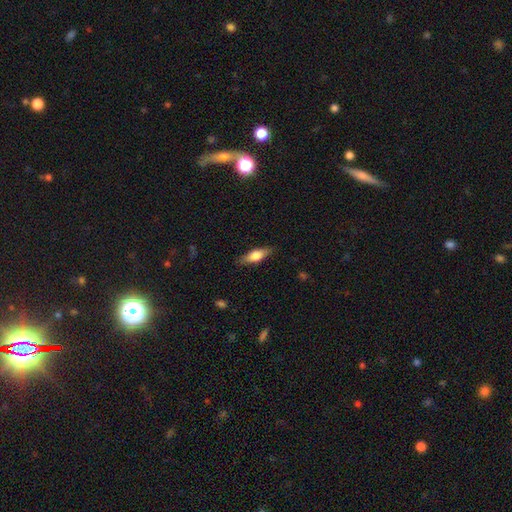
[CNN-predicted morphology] smooth-or-featured: smooth: 63% | featured or disk: 31% | star or artifact: 6%
  how-rounded: in between: 59% | cigar-shaped: 38% | round: 3%
  merging: none: 85% | minor disturbance: 12% | major disturbance: 3% | merger: 1%